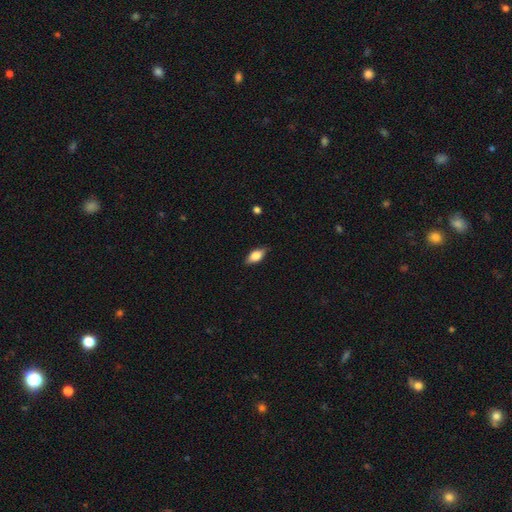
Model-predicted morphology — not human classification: Q: Smooth or featured?
A: smooth (71%); runner-up: featured or disk (22%)
Q: How rounded?
A: in between (85%); runner-up: cigar-shaped (9%)
Q: Merging?
A: none (84%); runner-up: minor disturbance (12%)